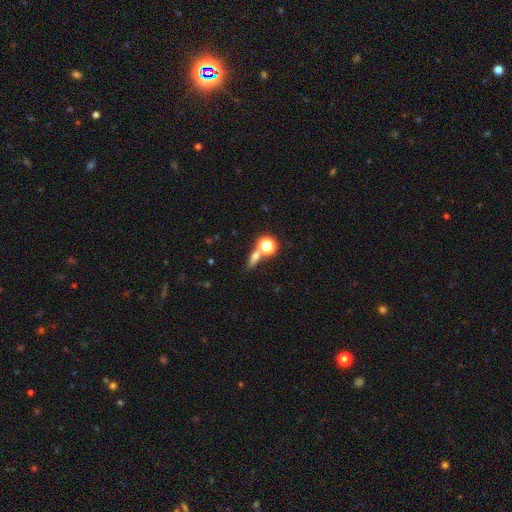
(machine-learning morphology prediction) smooth-or-featured: smooth: 59% | star or artifact: 24% | featured or disk: 17%
  how-rounded: in between: 38% | round: 35% | cigar-shaped: 27%
  merging: none: 58% | merger: 26% | minor disturbance: 10% | major disturbance: 6%